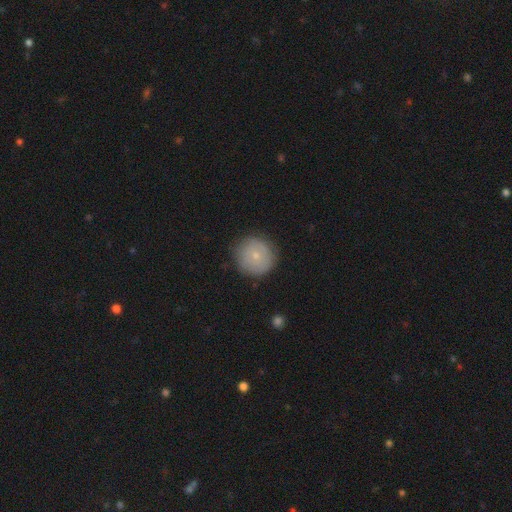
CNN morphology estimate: Q: Smooth or featured?
A: smooth (70%); runner-up: featured or disk (22%)
Q: How rounded?
A: round (95%); runner-up: in between (4%)
Q: Merging?
A: none (85%); runner-up: minor disturbance (11%)